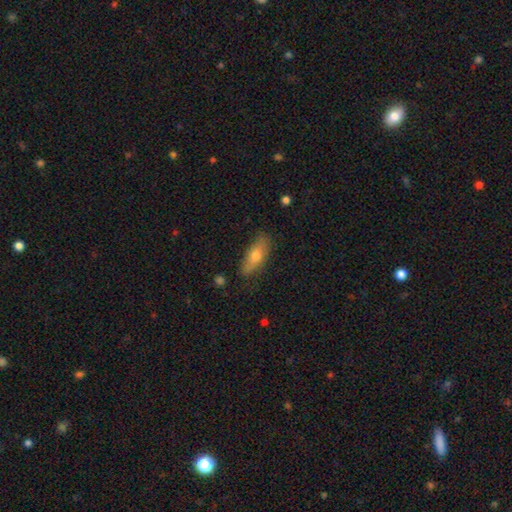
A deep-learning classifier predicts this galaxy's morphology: Smooth or featured? Predicted: smooth (p=0.62). How rounded? Predicted: in between (p=0.65). Merging? Predicted: none (p=0.78).